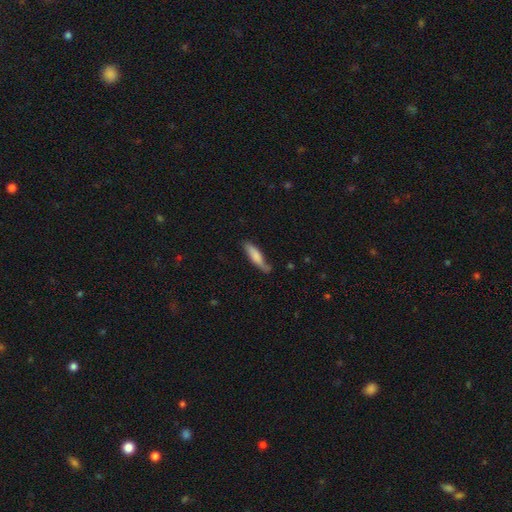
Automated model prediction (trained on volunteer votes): A smooth galaxy with no disk features (76%) that is cigar-shaped (69%).

Vote fractions:
- Smooth or featured? smooth: 76% / featured or disk: 19% / star or artifact: 6%
- How rounded? cigar-shaped: 69% / in between: 29% / round: 2%
- Merging? none: 63% / minor disturbance: 27% / major disturbance: 6% / merger: 4%